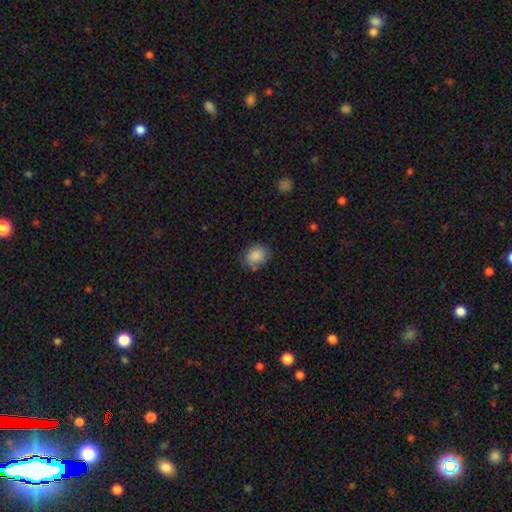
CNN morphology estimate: Smooth or featured? smooth (87%)
How rounded? round (54%)
Merging? none (75%)